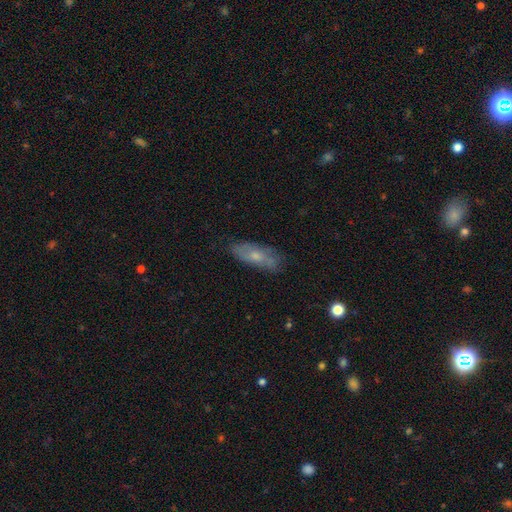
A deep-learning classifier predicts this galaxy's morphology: smooth_or_featured: smooth (p=0.55) [alt: featured or disk p=0.37]
how_rounded: in between (p=0.69) [alt: cigar-shaped p=0.28]
merging: none (p=0.71) [alt: minor disturbance p=0.21]